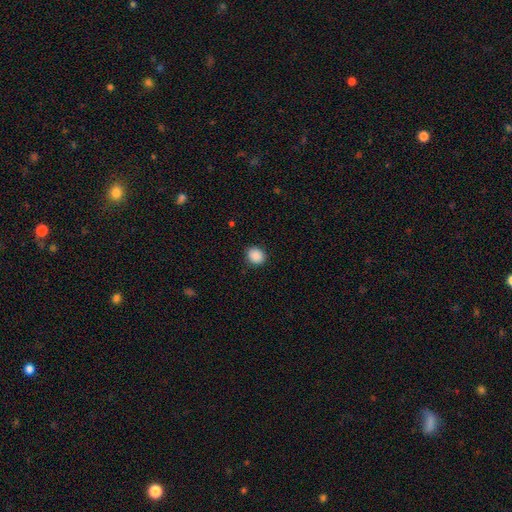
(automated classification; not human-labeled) smooth_or_featured: smooth (p=0.89) [alt: star or artifact p=0.08]
how_rounded: round (p=0.76) [alt: in between p=0.24]
merging: none (p=0.89) [alt: minor disturbance p=0.08]